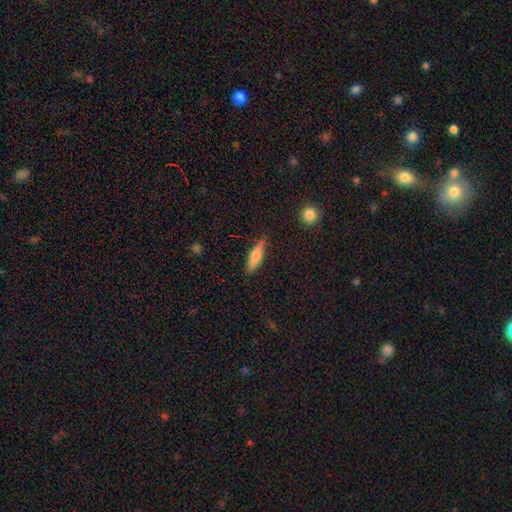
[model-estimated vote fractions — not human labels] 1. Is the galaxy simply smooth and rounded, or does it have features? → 66% smooth, 28% featured or disk, 7% star or artifact.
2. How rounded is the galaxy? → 74% cigar-shaped, 24% in between, 2% round.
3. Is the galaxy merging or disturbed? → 85% none, 12% minor disturbance, 2% major disturbance, 1% merger.